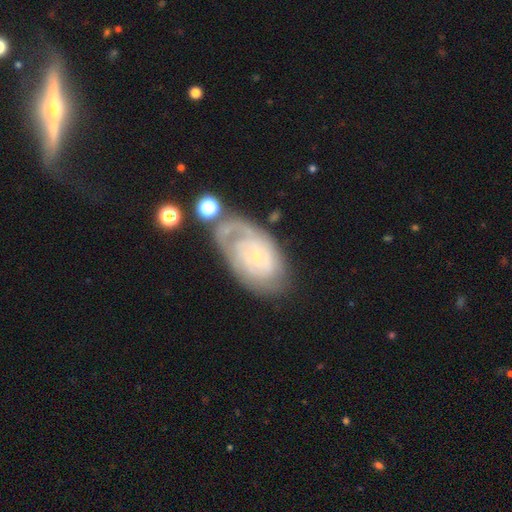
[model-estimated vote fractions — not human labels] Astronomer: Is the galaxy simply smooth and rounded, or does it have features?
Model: featured or disk — 78%.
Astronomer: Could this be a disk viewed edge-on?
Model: no — 96%.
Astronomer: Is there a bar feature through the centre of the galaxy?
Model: no — 67%.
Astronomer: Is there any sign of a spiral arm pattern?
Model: yes — 91%.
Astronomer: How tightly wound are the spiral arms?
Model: tight — 68%.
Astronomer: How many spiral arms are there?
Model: can't tell — 39% (runner-up: 2, 30%).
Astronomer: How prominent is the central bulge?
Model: small — 80%.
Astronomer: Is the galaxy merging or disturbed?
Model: none — 53%.